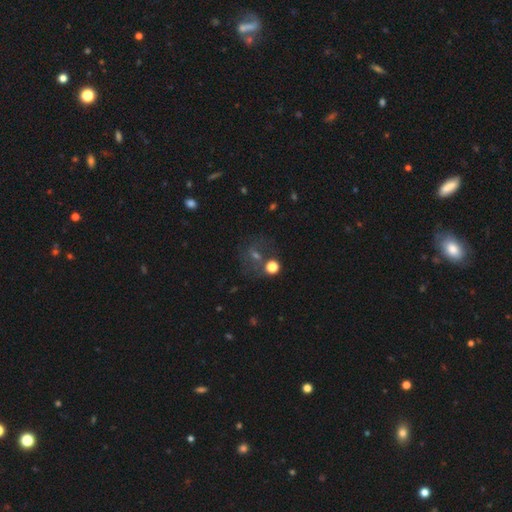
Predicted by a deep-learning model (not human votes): Smooth or featured? star or artifact (42%)